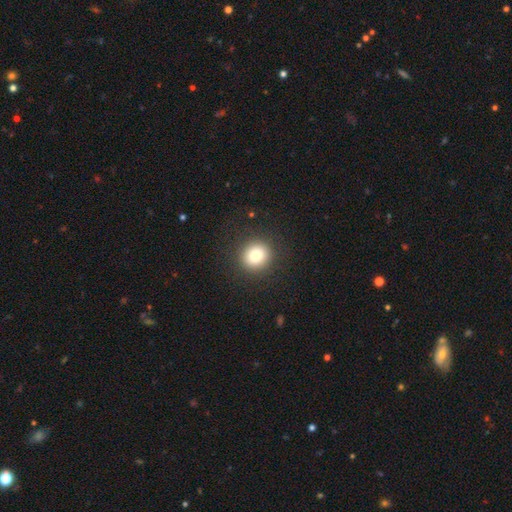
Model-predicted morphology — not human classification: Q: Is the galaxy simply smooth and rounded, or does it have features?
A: smooth — 80%.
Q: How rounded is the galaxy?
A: round — 90%.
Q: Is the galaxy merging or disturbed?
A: none — 90%.